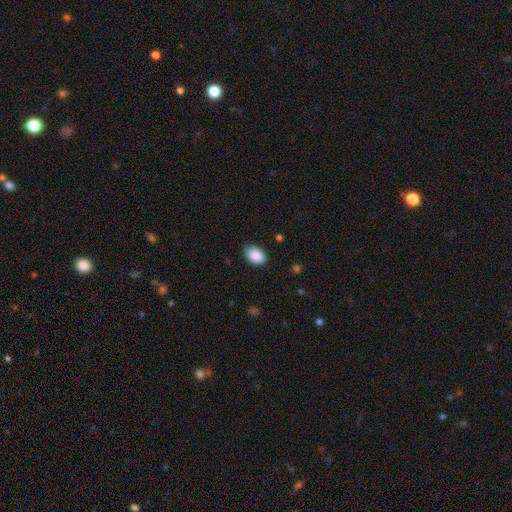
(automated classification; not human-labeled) smooth_or_featured: smooth (p=0.89) [alt: star or artifact p=0.07]
how_rounded: in between (p=0.88) [alt: round p=0.11]
merging: none (p=0.84) [alt: minor disturbance p=0.12]